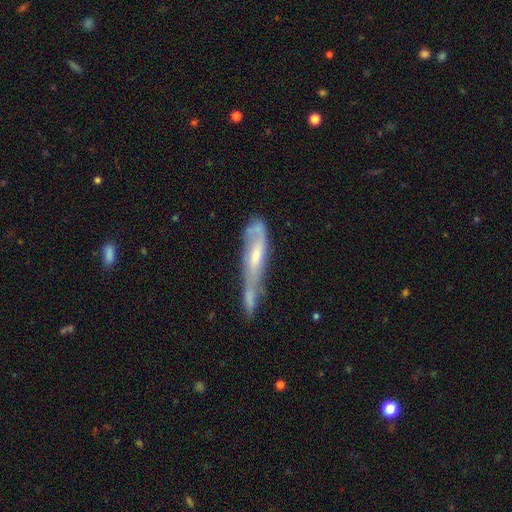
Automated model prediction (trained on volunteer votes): Smooth or featured? Predicted: featured or disk (p=0.69). Edge-on disk? Predicted: yes (p=0.53). Merging? Predicted: none (p=0.44).